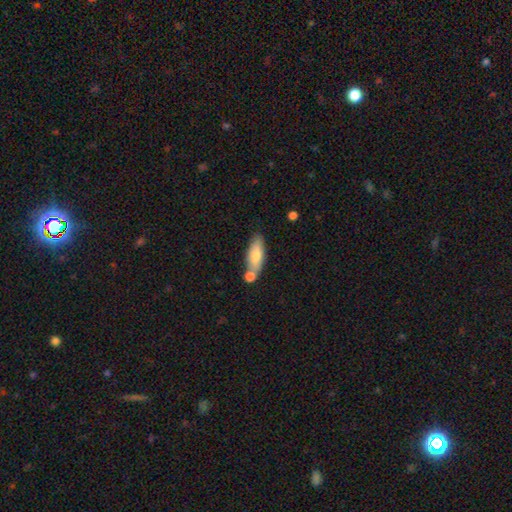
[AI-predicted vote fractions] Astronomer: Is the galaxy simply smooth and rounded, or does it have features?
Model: smooth — 73%.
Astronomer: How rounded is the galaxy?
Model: in between — 64%.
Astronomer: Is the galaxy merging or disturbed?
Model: none — 59%.